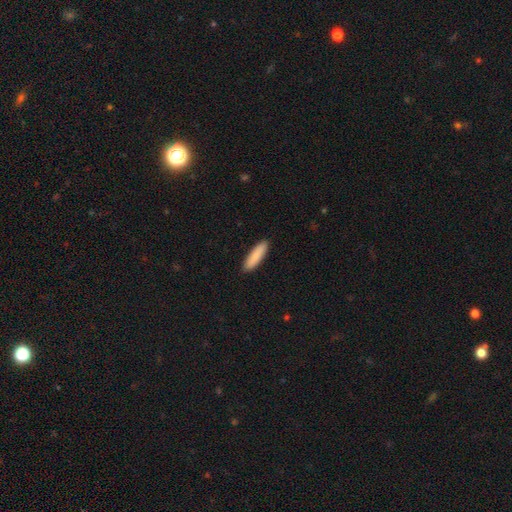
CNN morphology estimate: Smooth or featured? smooth (88%)
How rounded? cigar-shaped (70%)
Merging? none (91%)